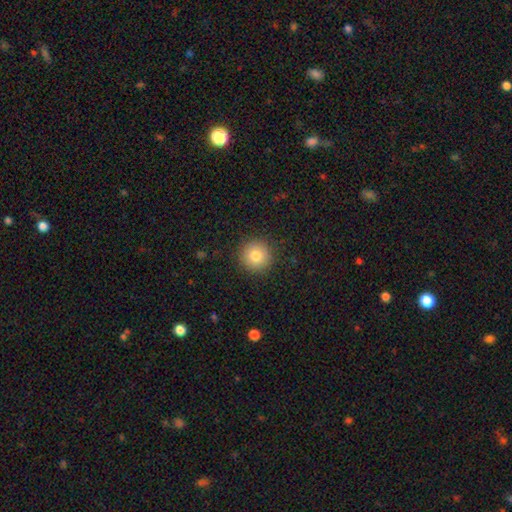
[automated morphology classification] smooth-or-featured: smooth: 81% | star or artifact: 10% | featured or disk: 9%
  how-rounded: round: 95% | in between: 4% | cigar-shaped: 1%
  merging: none: 90% | minor disturbance: 6% | major disturbance: 2% | merger: 1%